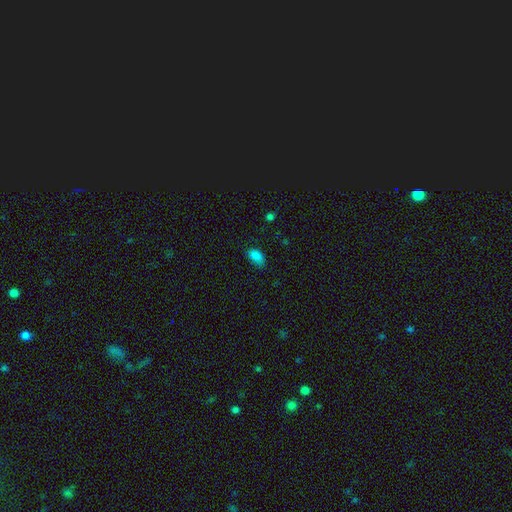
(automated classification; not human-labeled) Smooth or featured? smooth (84%)
How rounded? in between (91%)
Merging? none (67%)